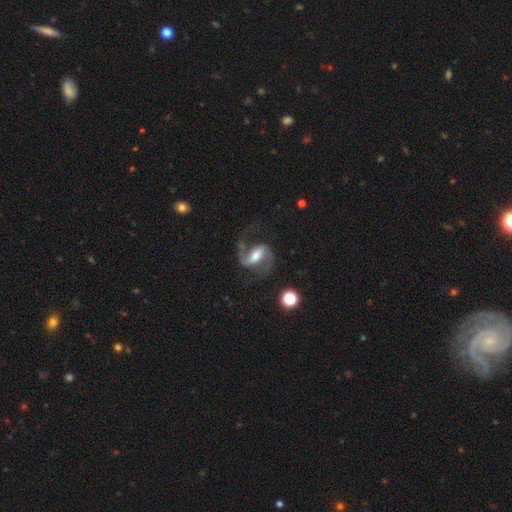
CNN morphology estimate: Q: Smooth or featured?
A: featured or disk (87%); runner-up: smooth (7%)
Q: Edge-on disk?
A: no (97%); runner-up: yes (3%)
Q: Bar?
A: strong (45%); runner-up: weak (40%)
Q: Spiral arms?
A: yes (97%); runner-up: no (3%)
Q: Spiral winding?
A: medium (50%); runner-up: loose (40%)
Q: Spiral arm count?
A: 2 (91%); runner-up: 1 (4%)
Q: Bulge size?
A: moderate (55%); runner-up: large (20%)
Q: Merging?
A: none (66%); runner-up: major disturbance (17%)